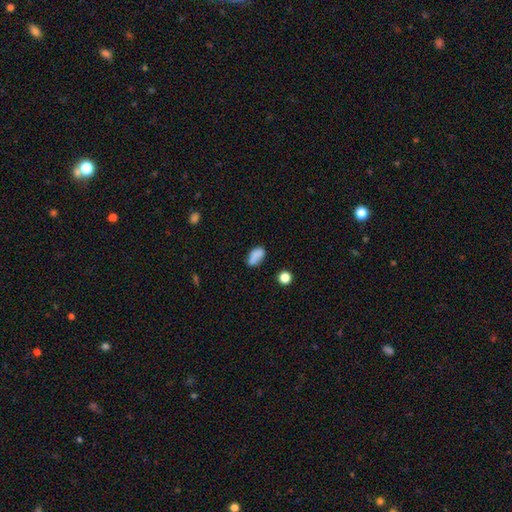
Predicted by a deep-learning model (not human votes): Smooth or featured? smooth (79%)
How rounded? in between (88%)
Merging? none (61%)